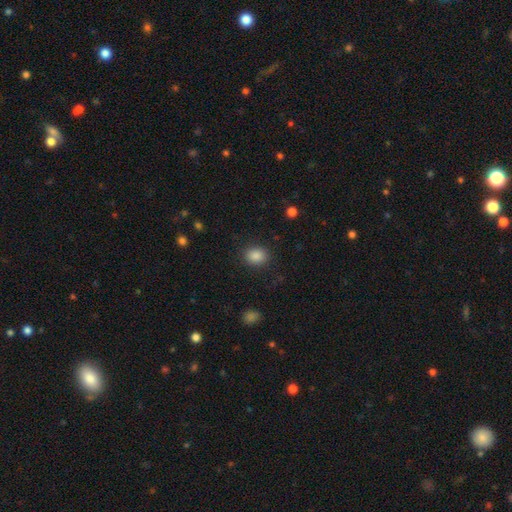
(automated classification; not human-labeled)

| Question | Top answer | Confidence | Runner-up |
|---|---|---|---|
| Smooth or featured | smooth | 87% | star or artifact (9%) |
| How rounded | in between | 54% | round (45%) |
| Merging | none | 86% | minor disturbance (9%) |